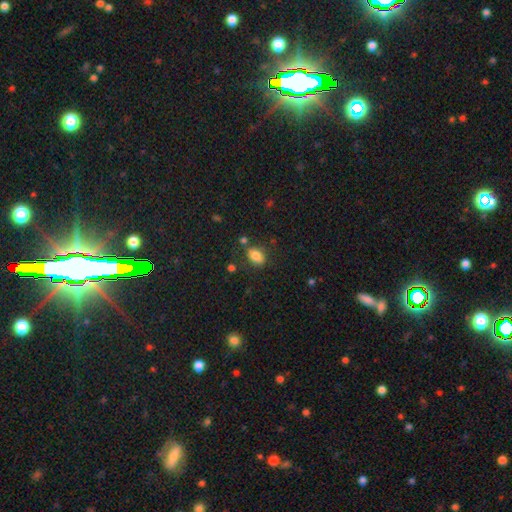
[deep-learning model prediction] Smooth or featured? Predicted: smooth (p=0.83). How rounded? Predicted: in between (p=0.85). Merging? Predicted: none (p=0.74).